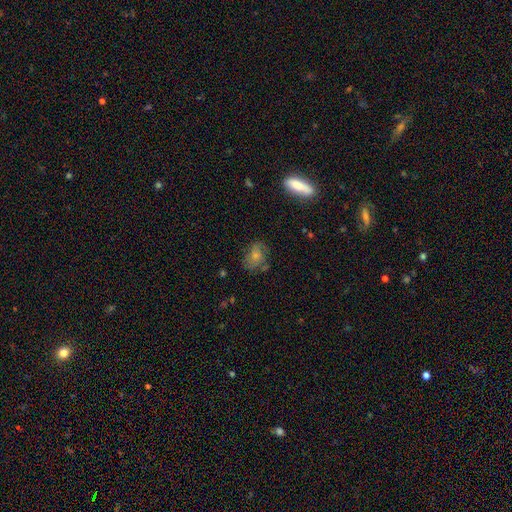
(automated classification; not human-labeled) Overall: smooth (58%; featured or disk 31%). How rounded: in between (66%; round 33%). Merging: none (61%; minor disturbance 25%).